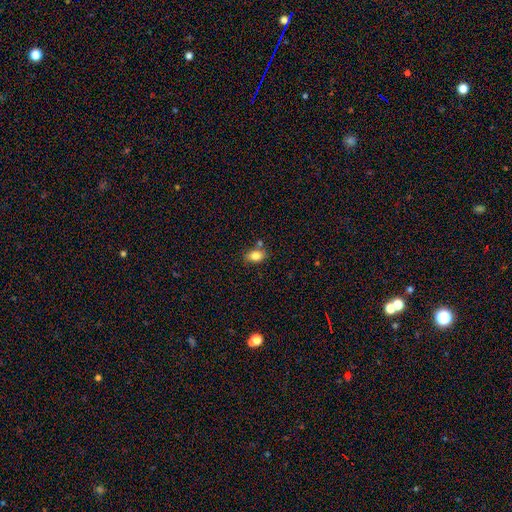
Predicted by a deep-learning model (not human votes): Overall: smooth (82%). How rounded: in between (80%). Merging: none (68%).